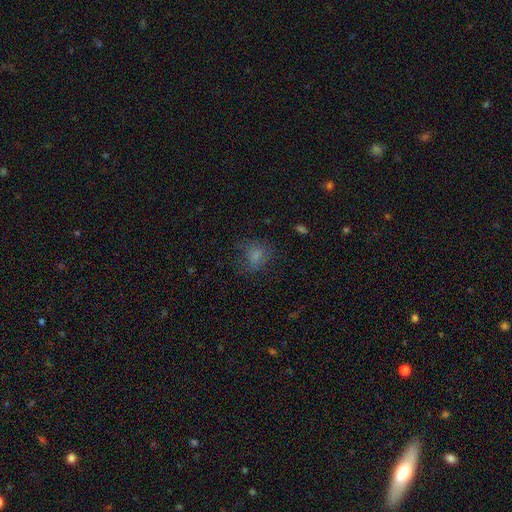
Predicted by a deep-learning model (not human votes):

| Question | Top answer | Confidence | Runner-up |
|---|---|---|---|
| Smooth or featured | smooth | 74% | star or artifact (15%) |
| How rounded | round | 64% | in between (35%) |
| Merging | none | 62% | minor disturbance (21%) |